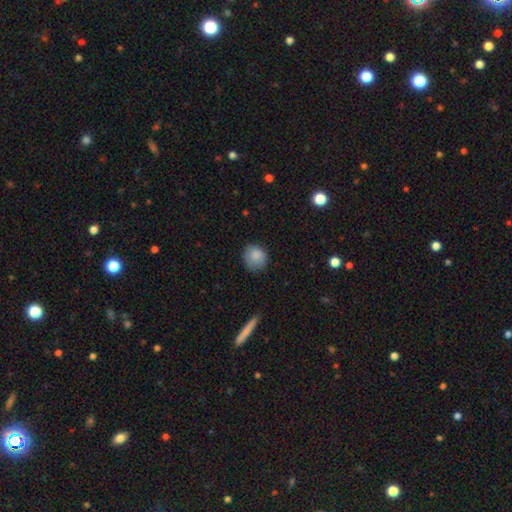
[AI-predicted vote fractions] Smooth or featured?
  - smooth: 84% *
  - featured or disk: 8%
  - star or artifact: 8%
How rounded?
  - round: 74% *
  - in between: 25%
  - cigar-shaped: 1%
Merging?
  - none: 71% *
  - minor disturbance: 22%
  - major disturbance: 5%
  - merger: 1%